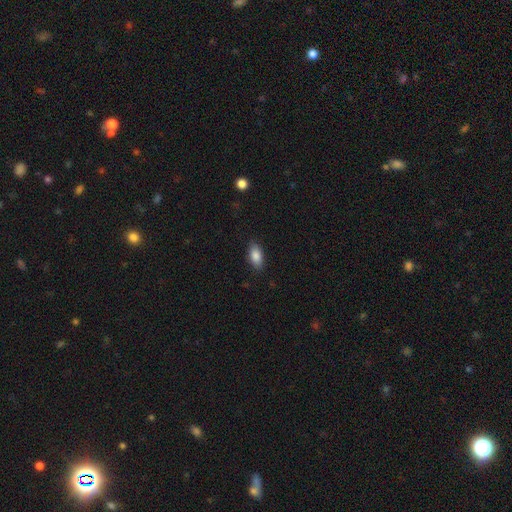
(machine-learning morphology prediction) smooth_or_featured: smooth (p=0.86) [alt: star or artifact p=0.07]
how_rounded: in between (p=0.91) [alt: cigar-shaped p=0.05]
merging: none (p=0.86) [alt: minor disturbance p=0.11]